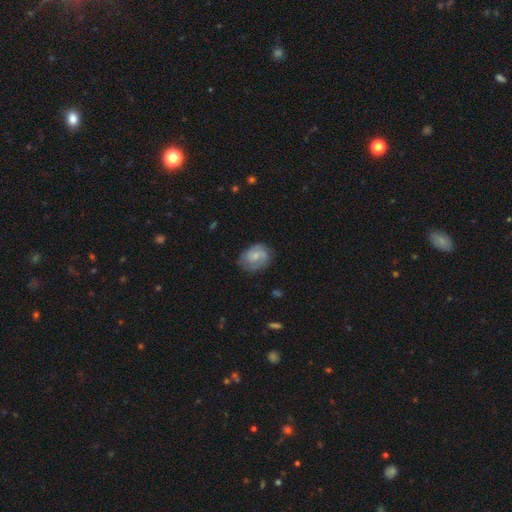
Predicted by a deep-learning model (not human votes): smooth 50%, featured or disk 42%, star or artifact 7%. Down the decision tree: how rounded — in between (53%); merging — none (65%).